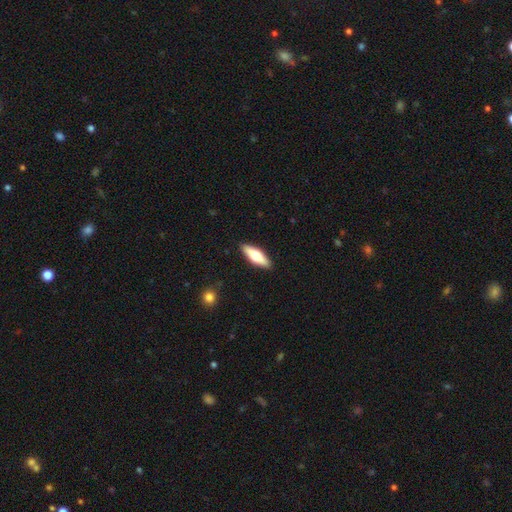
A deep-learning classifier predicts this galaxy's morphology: smooth 53%, featured or disk 41%, star or artifact 5%. Down the decision tree: how rounded — in between (50%); merging — none (90%).